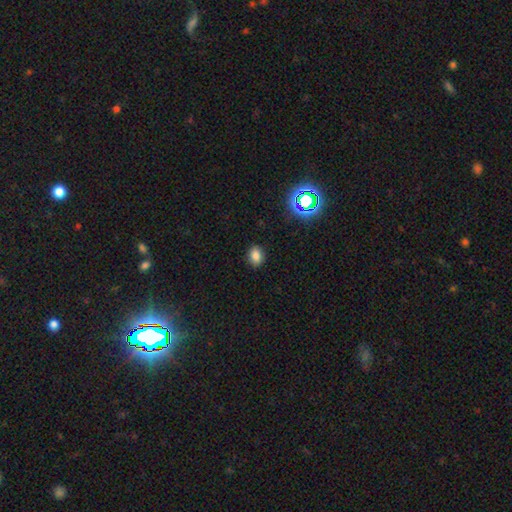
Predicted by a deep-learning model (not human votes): This is clearly a smooth galaxy (81%). How rounded: likely in between (65%). Merging: clearly none (89%).